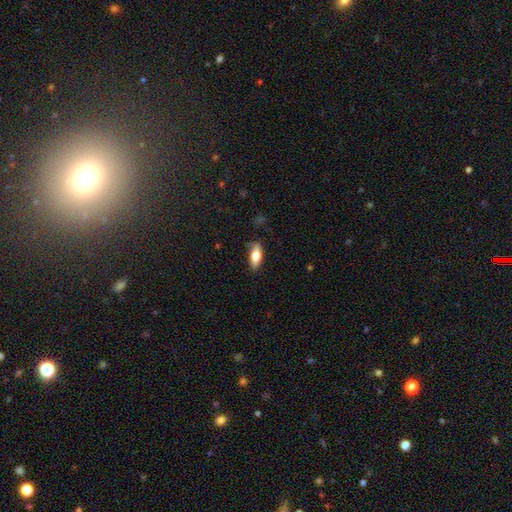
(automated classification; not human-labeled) This appears to be a smooth galaxy with no disk features (73%) that is in between round and cigar-shaped (76%). Merging: none (80%).